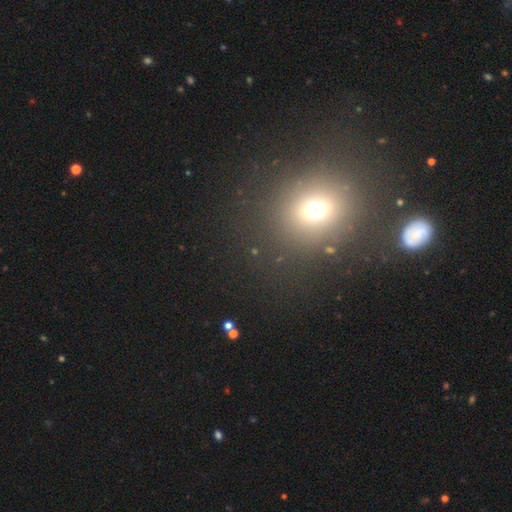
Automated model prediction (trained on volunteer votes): A smooth galaxy with no disk features (56%) that is round (71%).

Vote fractions:
- Smooth or featured? smooth: 56% / star or artifact: 34% / featured or disk: 11%
- How rounded? round: 71% / in between: 27% / cigar-shaped: 2%
- Merging? none: 81% / minor disturbance: 9% / merger: 6% / major disturbance: 5%